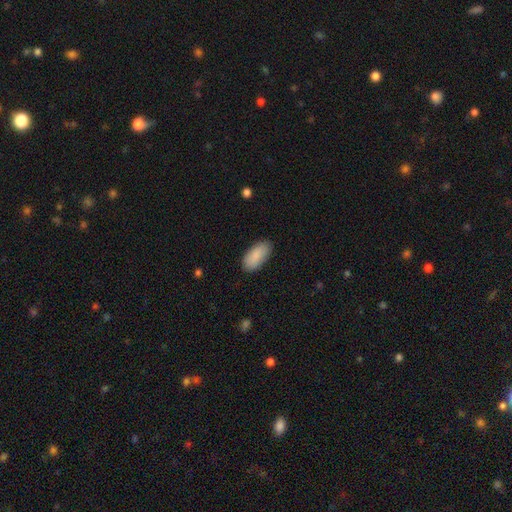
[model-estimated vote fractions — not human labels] This is clearly a smooth galaxy (89%). How rounded: clearly in between (92%). Merging: clearly none (85%).